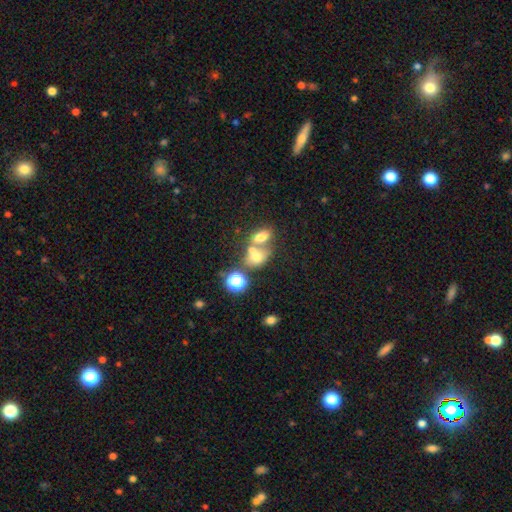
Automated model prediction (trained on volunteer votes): smooth_or_featured: smooth (p=0.65) [alt: featured or disk p=0.19]
how_rounded: in between (p=0.63) [alt: round p=0.35]
merging: merger (p=0.59) [alt: none p=0.28]